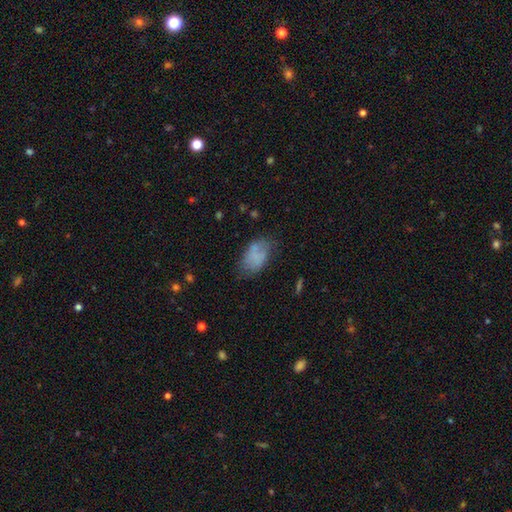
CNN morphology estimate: The model was most divided on "merging": none: 53%, minor disturbance: 29%, major disturbance: 13%, merger: 6%. More confident: how rounded — in between (91%); smooth or featured — smooth (69%).